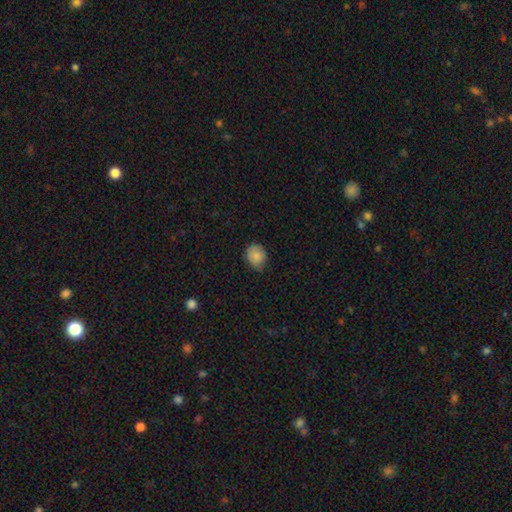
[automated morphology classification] smooth_or_featured: smooth (p=0.86) [alt: star or artifact p=0.08]
how_rounded: round (p=0.58) [alt: in between p=0.41]
merging: none (p=0.62) [alt: minor disturbance p=0.32]